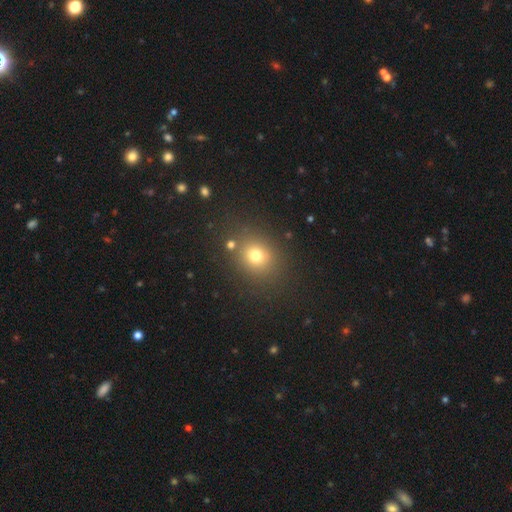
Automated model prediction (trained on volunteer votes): The model was most divided on "how rounded": round: 71%, in between: 28%, cigar-shaped: 1%. More confident: merging — none (80%); smooth or featured — smooth (73%).